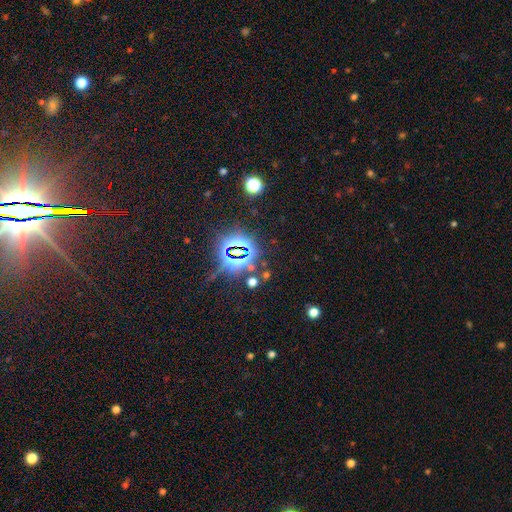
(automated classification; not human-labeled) Q: Smooth or featured?
A: star or artifact (83%); runner-up: featured or disk (9%)